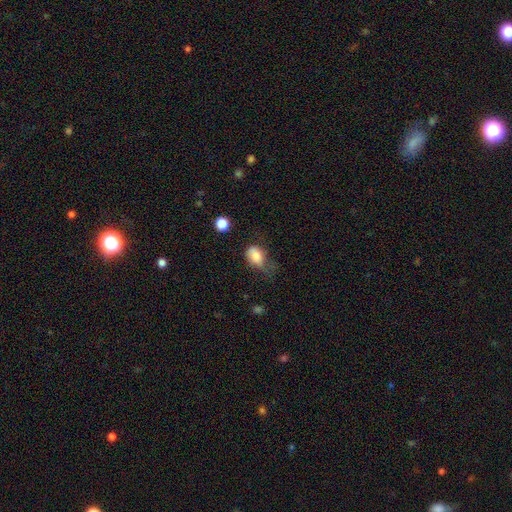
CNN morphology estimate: Q: Smooth or featured?
A: smooth (77%); runner-up: featured or disk (14%)
Q: How rounded?
A: in between (78%); runner-up: round (20%)
Q: Merging?
A: minor disturbance (37%); runner-up: major disturbance (33%)